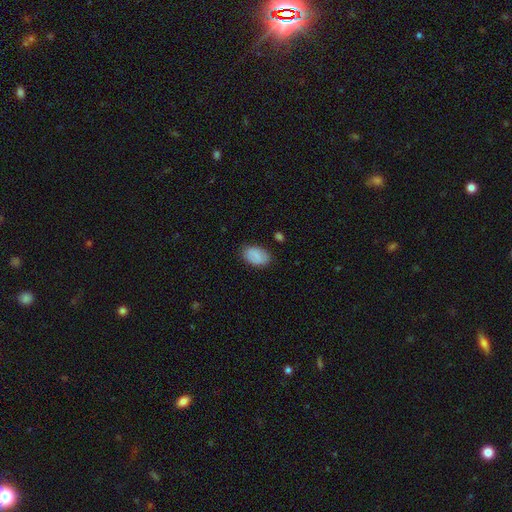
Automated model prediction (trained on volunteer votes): Smooth or featured?
  - smooth: 78% *
  - featured or disk: 14%
  - star or artifact: 8%
How rounded?
  - in between: 89% *
  - round: 10%
  - cigar-shaped: 1%
Merging?
  - none: 81% *
  - minor disturbance: 14%
  - major disturbance: 3%
  - merger: 2%